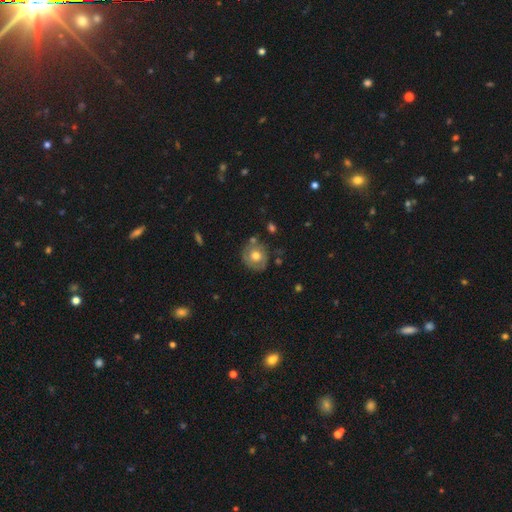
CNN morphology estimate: This is possibly a smooth galaxy (49%). Merging: likely none (70%).